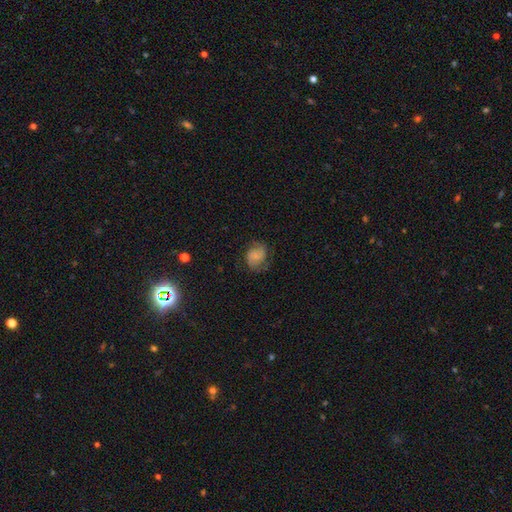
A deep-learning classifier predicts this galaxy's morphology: A smooth galaxy with no disk features (54%) that is round (55%). Merging: none (63%).